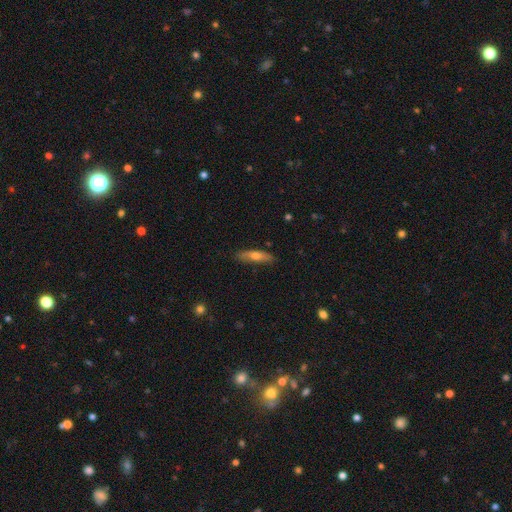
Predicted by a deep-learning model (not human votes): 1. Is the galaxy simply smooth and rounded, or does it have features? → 60% smooth, 34% featured or disk, 6% star or artifact.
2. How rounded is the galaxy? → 75% cigar-shaped, 23% in between, 2% round.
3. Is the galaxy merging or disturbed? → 83% none, 13% minor disturbance, 2% major disturbance, 1% merger.